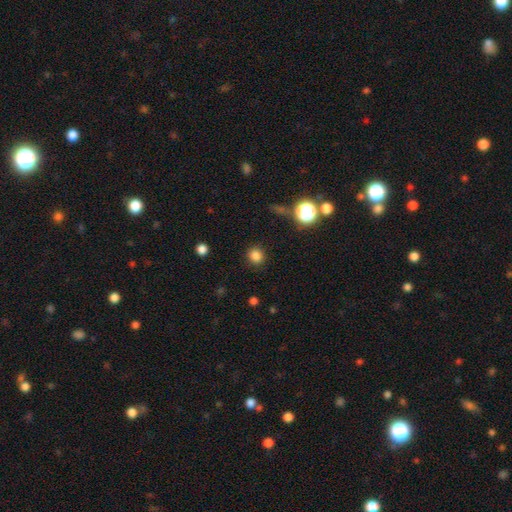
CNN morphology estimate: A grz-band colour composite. It shows a smooth galaxy with no disk features (82%) that is round (88%). Merging: none (89%).